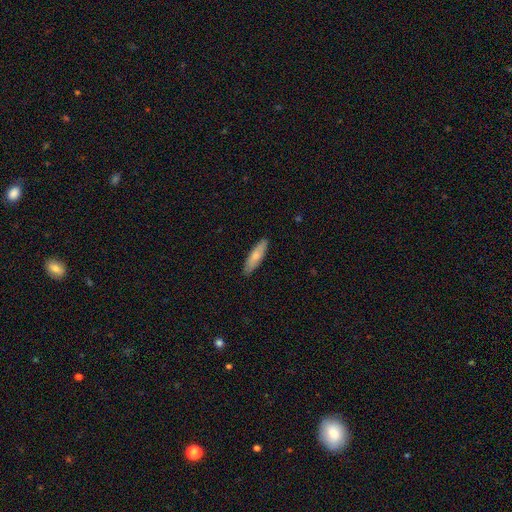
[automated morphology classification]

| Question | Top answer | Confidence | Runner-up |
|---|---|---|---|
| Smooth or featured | smooth | 76% | featured or disk (19%) |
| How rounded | cigar-shaped | 63% | in between (36%) |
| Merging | none | 88% | minor disturbance (9%) |